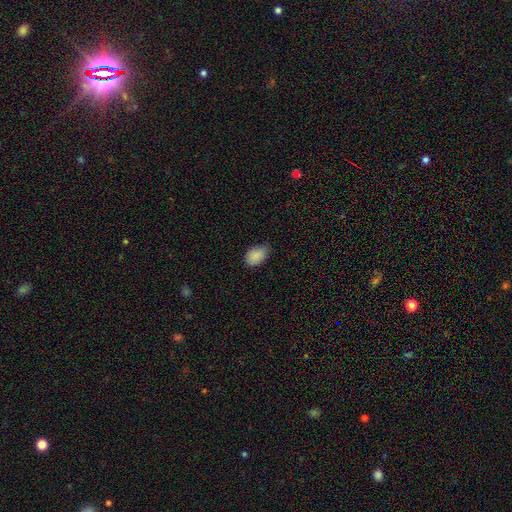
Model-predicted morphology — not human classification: Smooth or featured? Predicted: smooth (p=0.88). How rounded? Predicted: in between (p=0.86). Merging? Predicted: none (p=0.61).